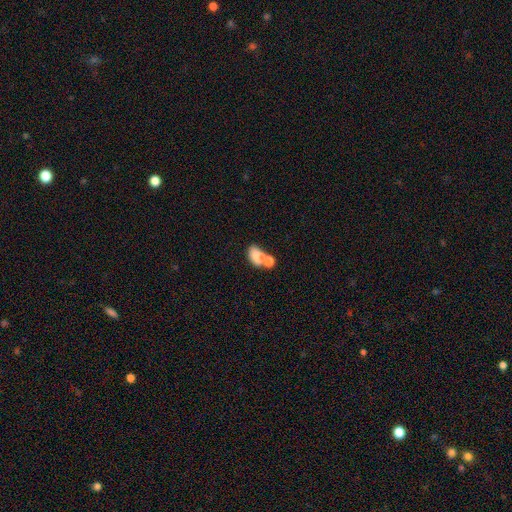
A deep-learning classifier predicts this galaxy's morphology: This is likely a smooth galaxy (74%). How rounded: likely in between (80%). Merging: possibly merger (48%).